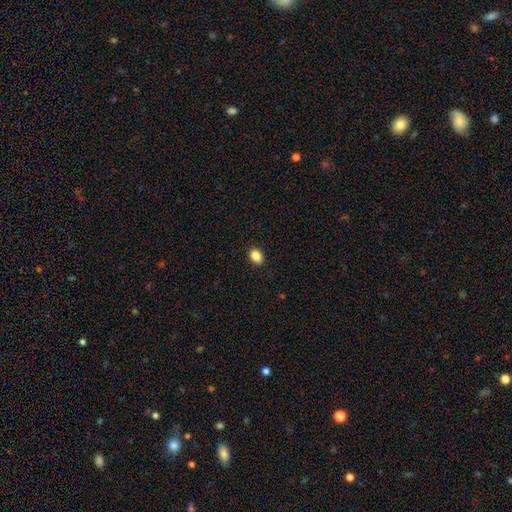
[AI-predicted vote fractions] smooth_or_featured: smooth (p=0.86) [alt: star or artifact p=0.09]
how_rounded: in between (p=0.70) [alt: round p=0.29]
merging: none (p=0.89) [alt: minor disturbance p=0.08]